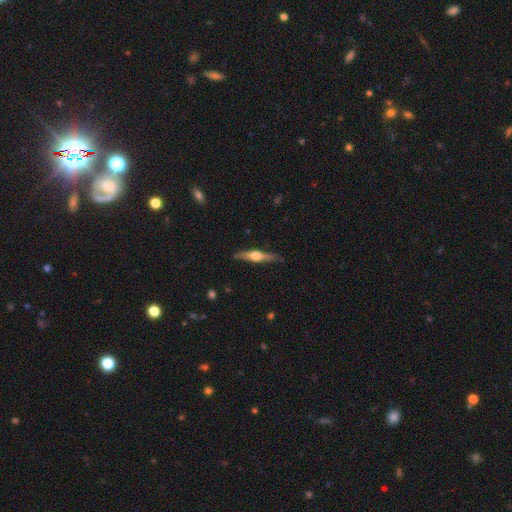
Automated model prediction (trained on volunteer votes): Smooth or featured? Predicted: featured or disk (p=0.65). Edge-on disk? Predicted: yes (p=0.97). Edge-on bulge? Predicted: rounded (p=0.93). Merging? Predicted: none (p=0.86).